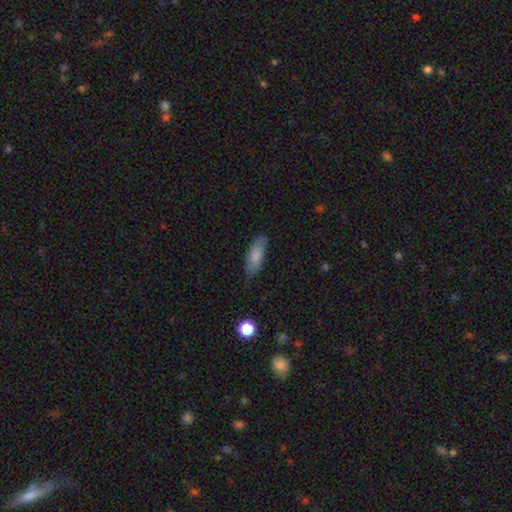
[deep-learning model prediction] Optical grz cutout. It shows a smooth galaxy with no disk features (81%) that is in between round and cigar-shaped (64%). Merging: none (80%).